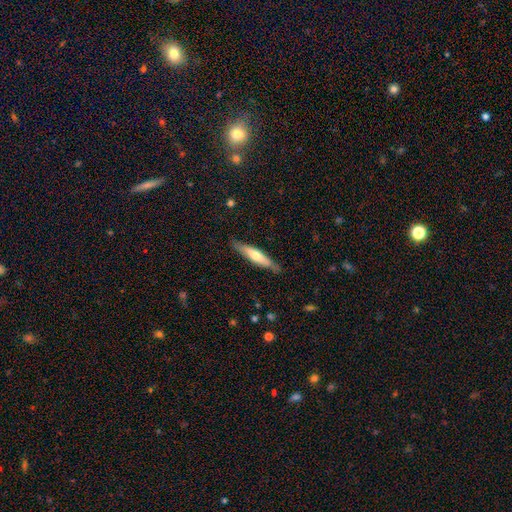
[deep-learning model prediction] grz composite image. It shows a smooth galaxy with no disk features (49%). Merging: none (84%).